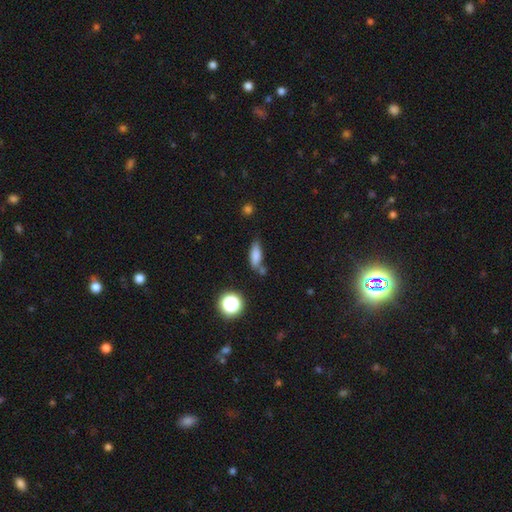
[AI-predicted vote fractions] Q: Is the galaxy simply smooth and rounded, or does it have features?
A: smooth — 79%.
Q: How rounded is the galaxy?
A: in between — 61%.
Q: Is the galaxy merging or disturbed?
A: none — 65%.